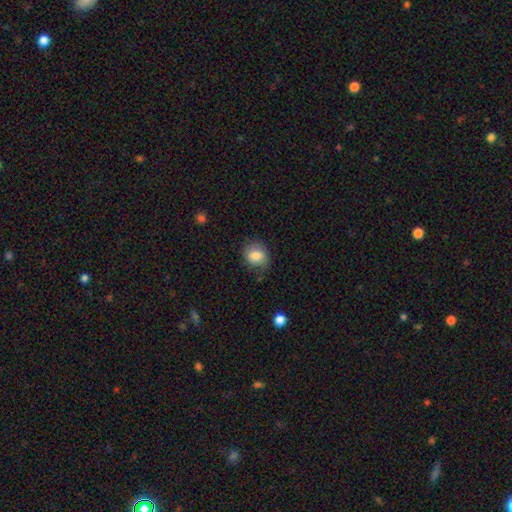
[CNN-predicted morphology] smooth 81%, featured or disk 10%, star or artifact 9%. Down the decision tree: how rounded — round (70%); merging — none (75%).